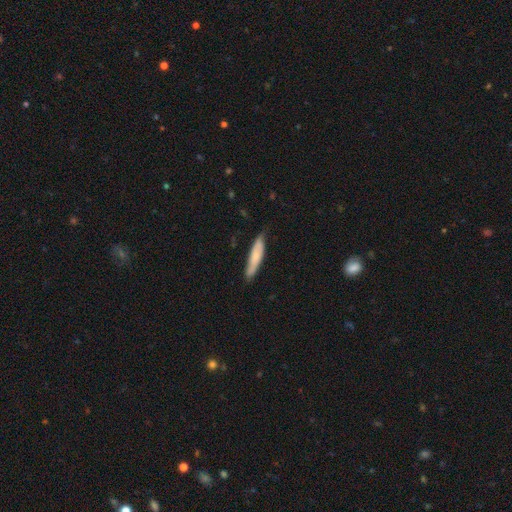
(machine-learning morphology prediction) A smooth galaxy with no disk features (63%) that is cigar-shaped (80%).

Vote fractions:
- Smooth or featured? smooth: 63% / featured or disk: 32% / star or artifact: 6%
- How rounded? cigar-shaped: 80% / in between: 18% / round: 2%
- Merging? none: 75% / minor disturbance: 21% / major disturbance: 3% / merger: 1%